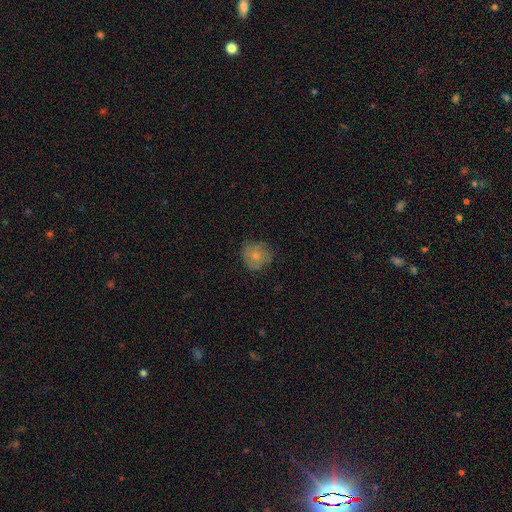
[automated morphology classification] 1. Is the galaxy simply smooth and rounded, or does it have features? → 68% smooth, 24% featured or disk, 8% star or artifact.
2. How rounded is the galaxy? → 86% round, 14% in between, 1% cigar-shaped.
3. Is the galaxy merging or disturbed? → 69% none, 23% minor disturbance, 7% major disturbance, 1% merger.